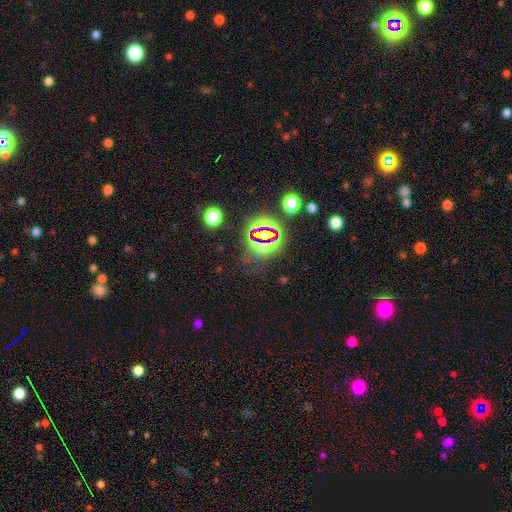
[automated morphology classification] Smooth or featured? Predicted: star or artifact (p=0.78).